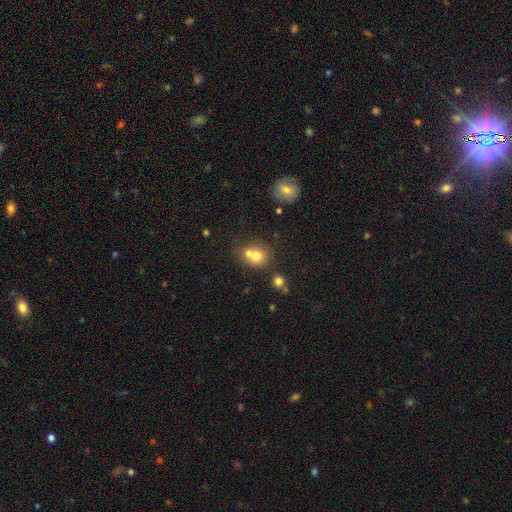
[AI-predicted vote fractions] A smooth galaxy with no disk features (71%) that is round (75%). Merging: merger (53%).